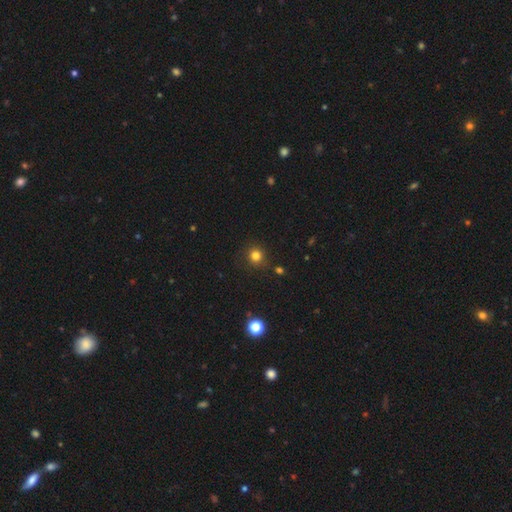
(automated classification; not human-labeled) Smooth or featured? Predicted: smooth (p=0.80). How rounded? Predicted: round (p=0.91). Merging? Predicted: none (p=0.86).